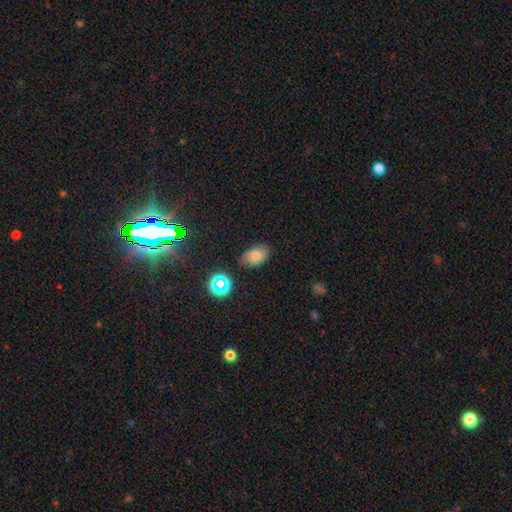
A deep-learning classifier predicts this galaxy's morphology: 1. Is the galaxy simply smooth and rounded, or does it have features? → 63% smooth, 21% featured or disk, 16% star or artifact.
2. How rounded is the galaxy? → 83% in between, 16% round, 1% cigar-shaped.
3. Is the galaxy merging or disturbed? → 71% none, 21% minor disturbance, 5% major disturbance, 2% merger.